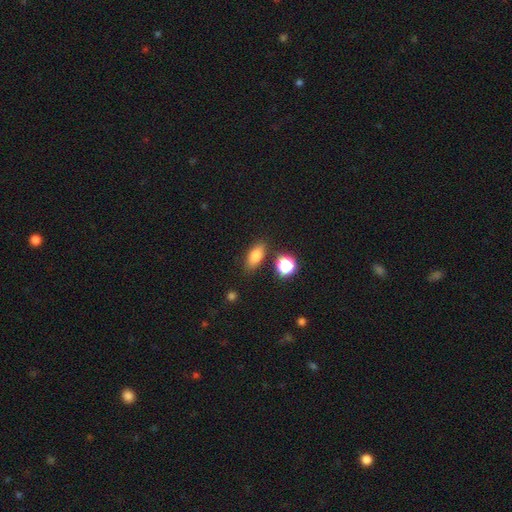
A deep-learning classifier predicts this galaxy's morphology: A smooth galaxy with no disk features (80%) that is in between round and cigar-shaped (78%). Merging: none (81%).